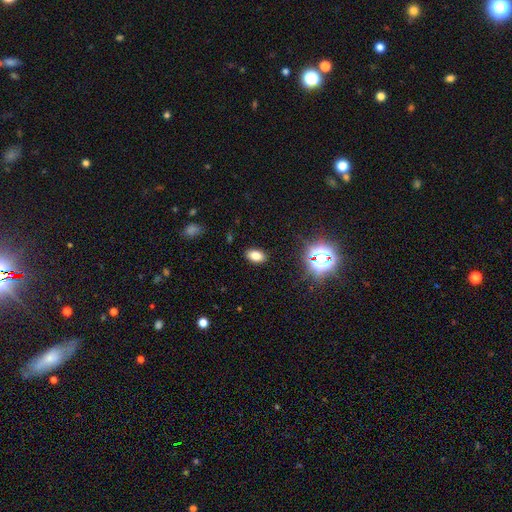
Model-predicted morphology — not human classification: The model was most divided on "smooth or featured": smooth: 78%, star or artifact: 16%, featured or disk: 6%. More confident: how rounded — in between (89%); merging — none (88%).